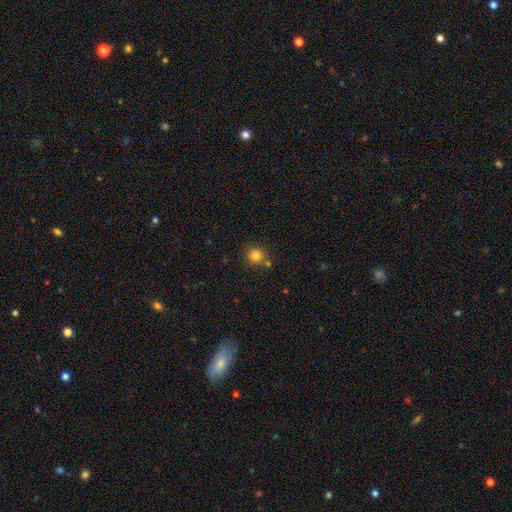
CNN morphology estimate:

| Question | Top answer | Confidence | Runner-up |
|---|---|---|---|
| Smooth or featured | smooth | 82% | star or artifact (12%) |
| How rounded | round | 92% | in between (8%) |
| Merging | none | 78% | merger (10%) |